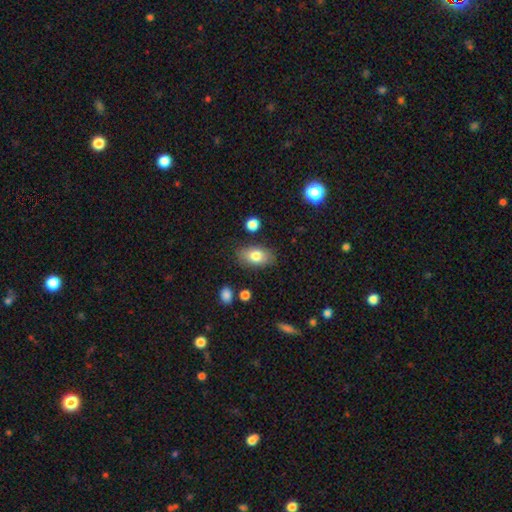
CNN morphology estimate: Smooth or featured? smooth (79%)
How rounded? in between (90%)
Merging? none (83%)